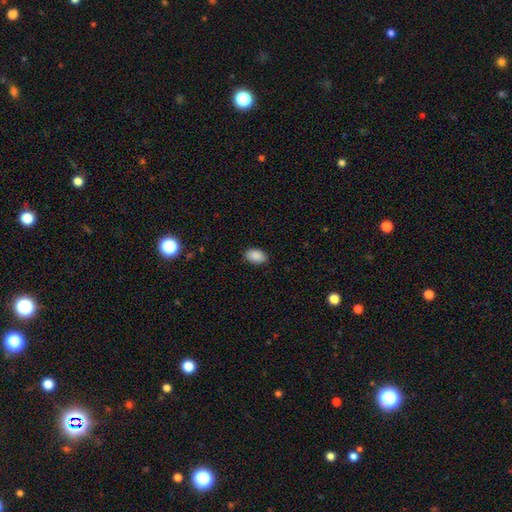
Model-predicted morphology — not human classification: smooth 90%, star or artifact 7%, featured or disk 3%. Down the decision tree: how rounded — in between (92%); merging — none (88%).